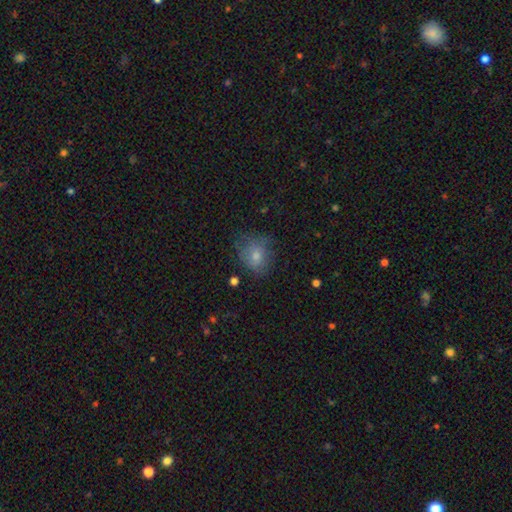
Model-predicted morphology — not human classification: A smooth galaxy with no disk features (64%) that is round (62%). Merging: none (64%).